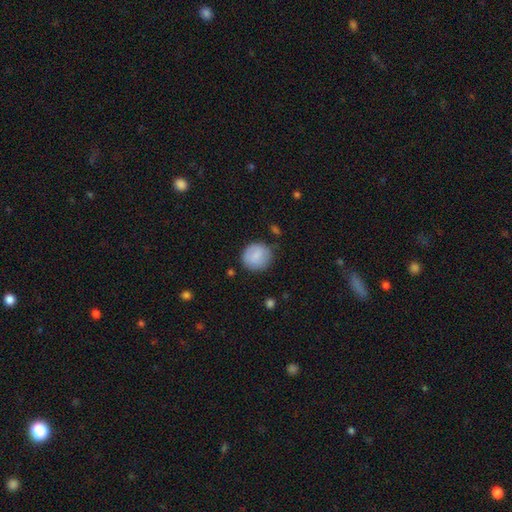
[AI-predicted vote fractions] A smooth galaxy with no disk features (82%) that is round (87%). Merging: none (76%).